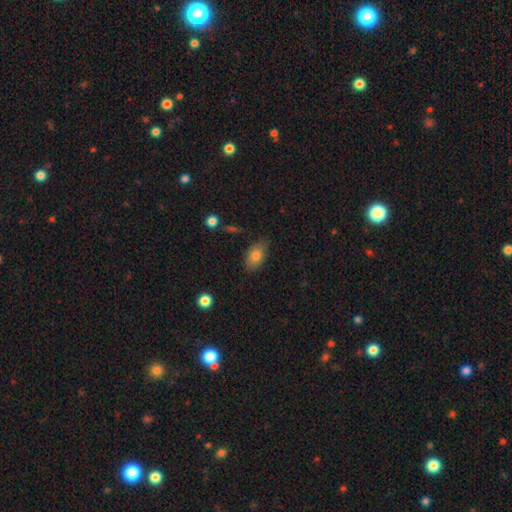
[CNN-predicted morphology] The model was most divided on "merging": none: 77%, minor disturbance: 18%, major disturbance: 4%, merger: 2%. More confident: how rounded — in between (88%); smooth or featured — smooth (80%).